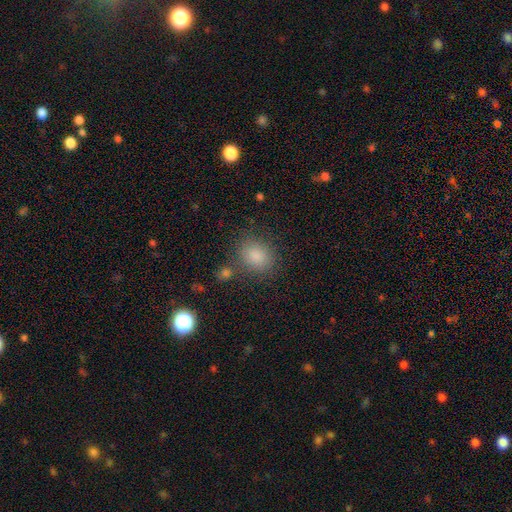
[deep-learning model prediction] Overall: smooth (81%). How rounded: round (59%; in between 40%). Merging: none (81%).